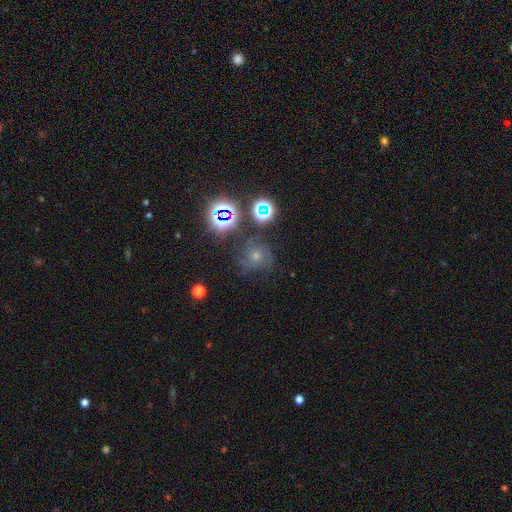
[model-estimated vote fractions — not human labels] This appears to be a featured or disk galaxy (50%). Merging: none (65%).